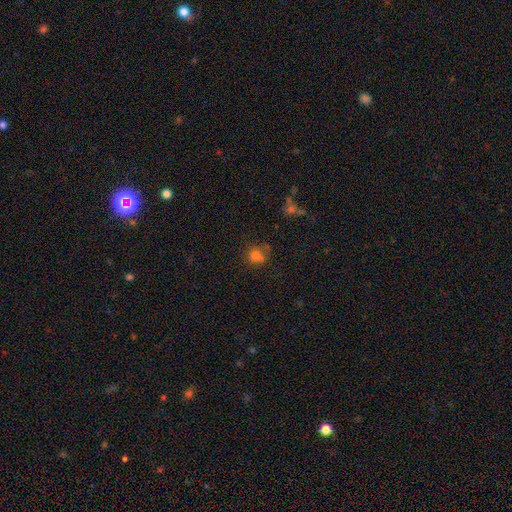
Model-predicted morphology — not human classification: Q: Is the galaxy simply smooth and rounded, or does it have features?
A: smooth — 71%.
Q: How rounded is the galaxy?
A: round — 79%.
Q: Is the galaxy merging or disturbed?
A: none — 47%.